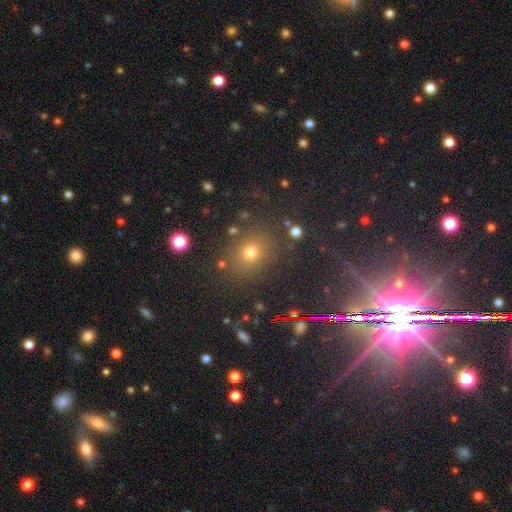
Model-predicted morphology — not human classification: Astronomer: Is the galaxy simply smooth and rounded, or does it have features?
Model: smooth — 57%.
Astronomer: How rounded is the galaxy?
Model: round — 66%.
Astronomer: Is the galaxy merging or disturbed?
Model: none — 83%.